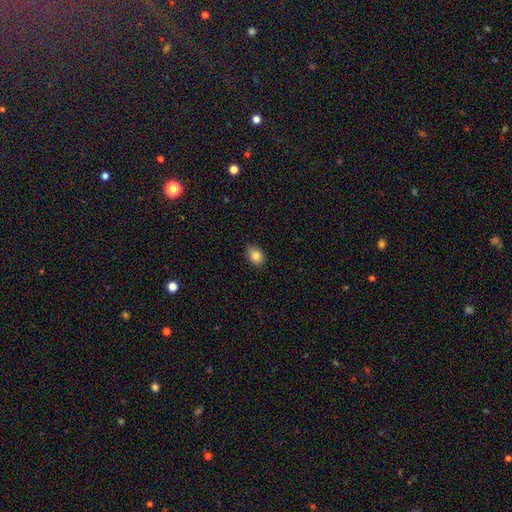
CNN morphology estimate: Smooth or featured: smooth — 85% (star or artifact — 9%)
How rounded: in between — 76% (round — 22%)
Merging: none — 83% (minor disturbance — 14%)